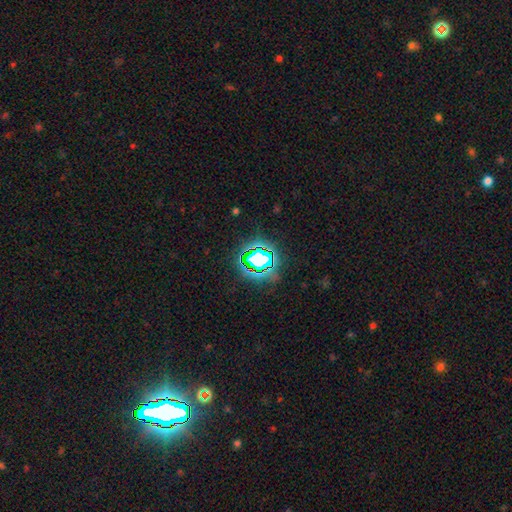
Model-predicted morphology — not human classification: smooth_or_featured: star or artifact (p=0.66) [alt: smooth p=0.22]